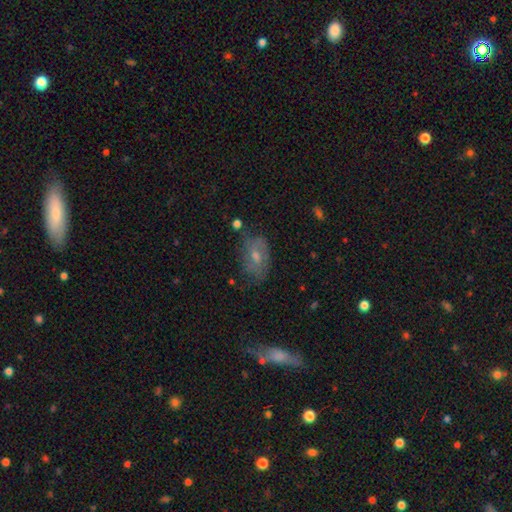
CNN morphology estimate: smooth_or_featured: featured or disk (p=0.48) [alt: smooth p=0.36]
merging: none (p=0.69) [alt: minor disturbance p=0.20]